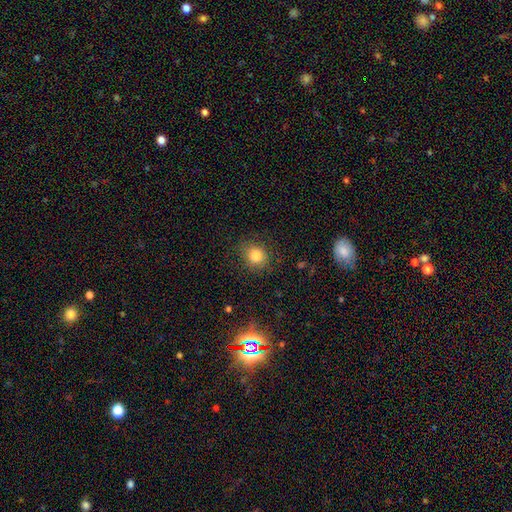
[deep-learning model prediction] This is clearly a smooth galaxy (81%). How rounded: likely round (71%). Merging: clearly none (83%).